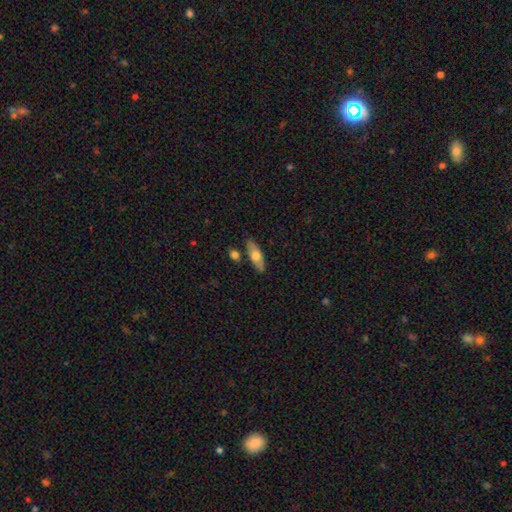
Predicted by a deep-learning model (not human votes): Smooth or featured? Predicted: smooth (p=0.60). How rounded? Predicted: in between (p=0.62). Merging? Predicted: none (p=0.80).